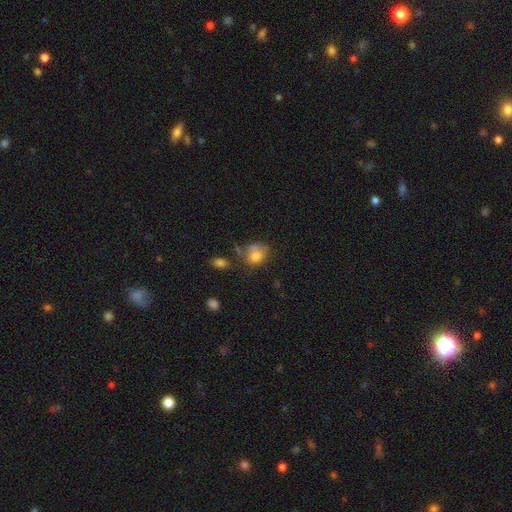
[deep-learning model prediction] Smooth or featured? smooth (74%)
How rounded? round (61%)
Merging? none (43%)